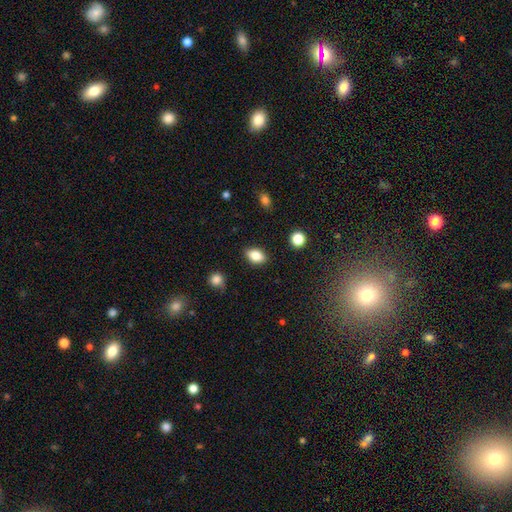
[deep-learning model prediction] Smooth or featured: smooth — 82% (featured or disk — 9%)
How rounded: in between — 86% (round — 11%)
Merging: none — 86% (minor disturbance — 10%)